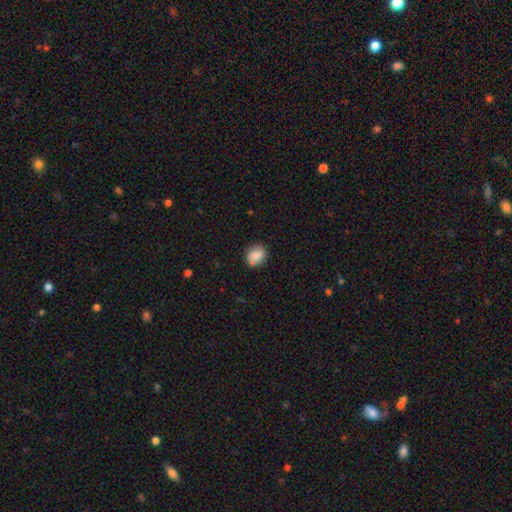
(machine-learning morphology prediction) This appears to be a smooth galaxy with no disk features (84%) that is round (55%). Merging: none (75%).